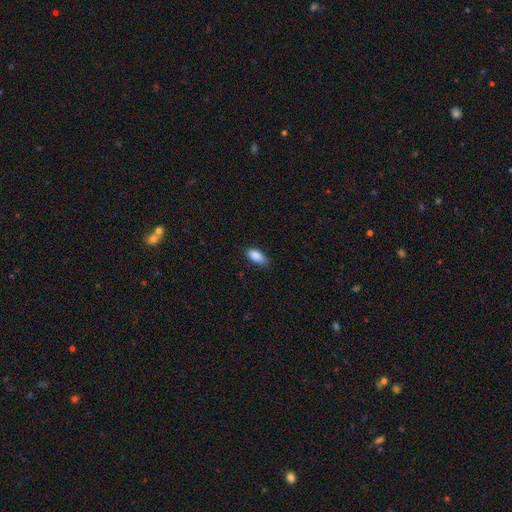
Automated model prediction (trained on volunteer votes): Overall: smooth (88%). How rounded: in between (90%). Merging: none (75%).